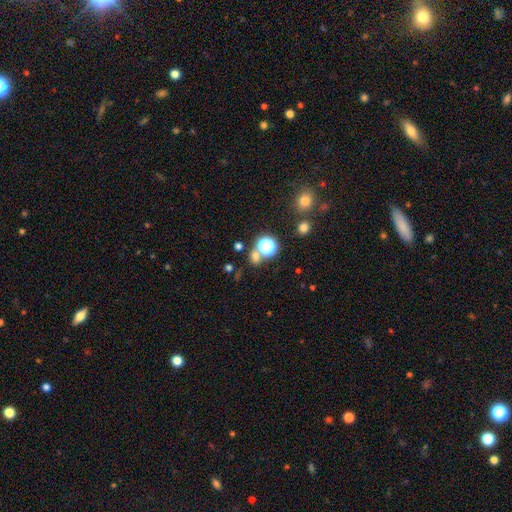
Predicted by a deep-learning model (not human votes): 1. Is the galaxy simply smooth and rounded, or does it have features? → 56% smooth, 36% star or artifact, 8% featured or disk.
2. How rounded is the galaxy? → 77% round, 22% in between, 2% cigar-shaped.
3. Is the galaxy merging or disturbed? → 65% none, 21% merger, 9% minor disturbance, 5% major disturbance.